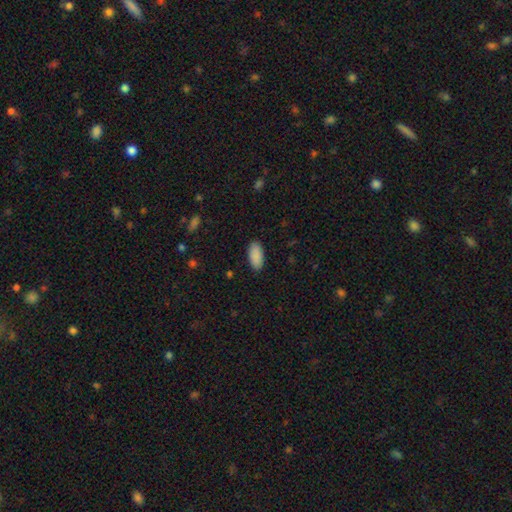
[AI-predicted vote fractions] Smooth or featured: smooth — 90% (star or artifact — 6%)
How rounded: in between — 92% (cigar-shaped — 6%)
Merging: none — 88% (minor disturbance — 9%)